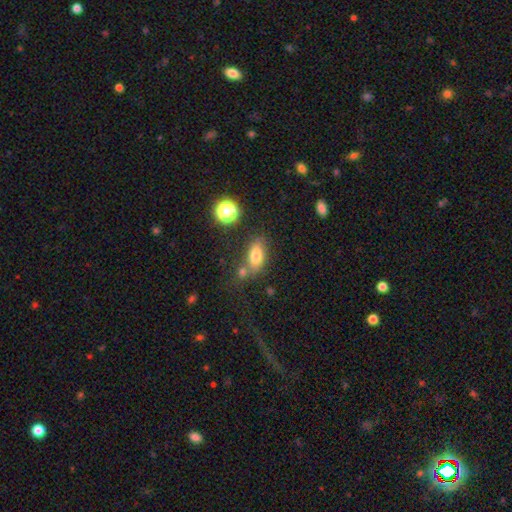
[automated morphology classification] smooth 76%, star or artifact 12%, featured or disk 12%. Down the decision tree: how rounded — in between (82%); merging — none (62%).